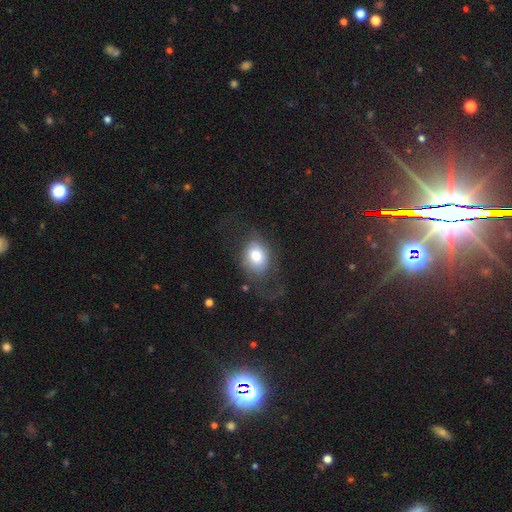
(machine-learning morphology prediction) This appears to be a smooth galaxy with no disk features (64%) that is in between round and cigar-shaped (67%). Merging: none (42%).